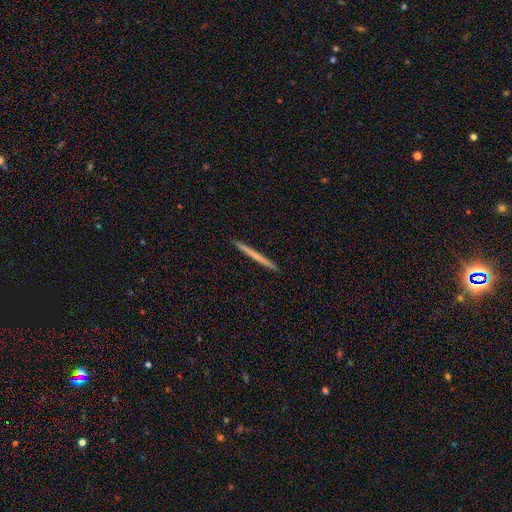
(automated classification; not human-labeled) The model was most divided on "smooth or featured": smooth: 54%, featured or disk: 41%, star or artifact: 6%. More confident: how rounded — cigar-shaped (97%); merging — none (94%).